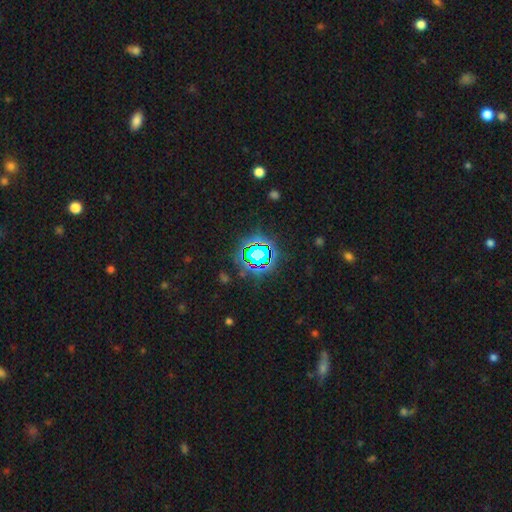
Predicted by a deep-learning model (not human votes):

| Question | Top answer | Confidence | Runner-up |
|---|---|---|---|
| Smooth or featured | star or artifact | 74% | smooth (16%) |